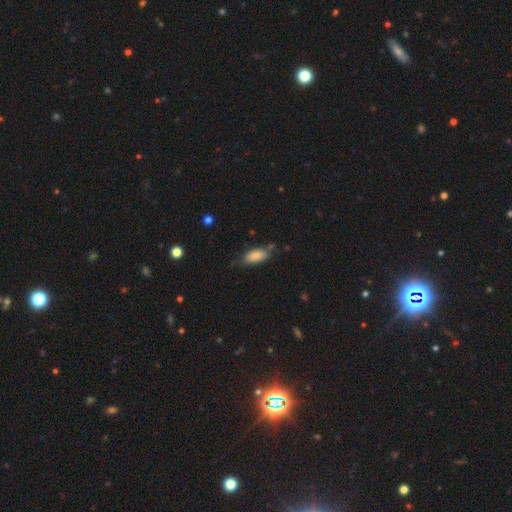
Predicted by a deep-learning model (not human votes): Smooth or featured?
  - smooth: 83% *
  - featured or disk: 10%
  - star or artifact: 7%
How rounded?
  - in between: 88% *
  - cigar-shaped: 9%
  - round: 2%
Merging?
  - none: 65% *
  - minor disturbance: 24%
  - major disturbance: 6%
  - merger: 5%